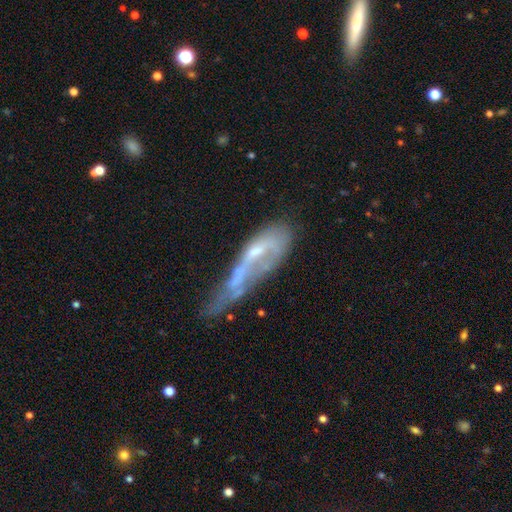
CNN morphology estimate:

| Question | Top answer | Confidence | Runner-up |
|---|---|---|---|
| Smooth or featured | featured or disk | 60% | smooth (30%) |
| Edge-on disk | no | 75% | yes (25%) |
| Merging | major disturbance | 40% | minor disturbance (24%) |